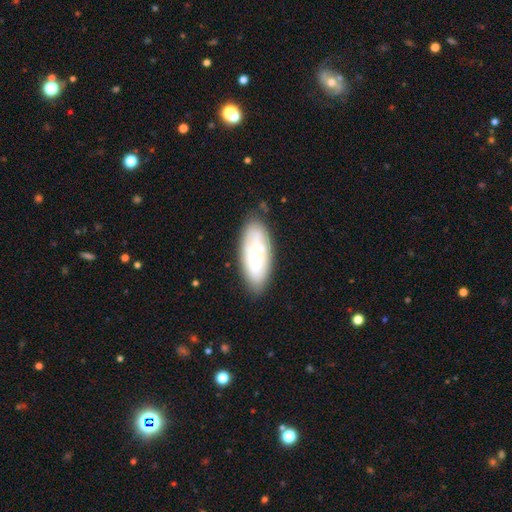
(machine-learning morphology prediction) Smooth or featured?
  - smooth: 52% *
  - featured or disk: 41%
  - star or artifact: 7%
How rounded?
  - in between: 81% *
  - cigar-shaped: 17%
  - round: 2%
Merging?
  - none: 78% *
  - minor disturbance: 16%
  - major disturbance: 4%
  - merger: 2%